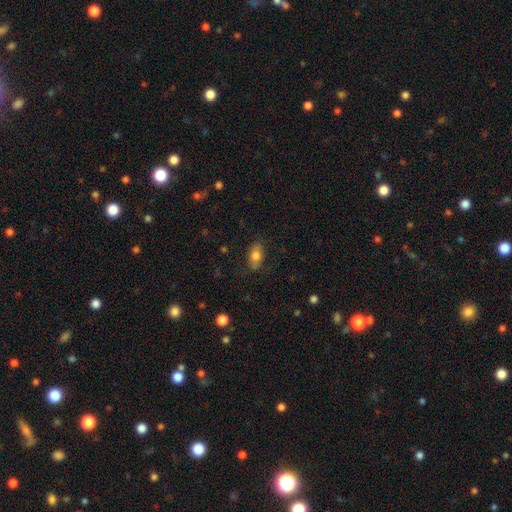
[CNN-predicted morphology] Smooth or featured? Predicted: smooth (p=0.79). How rounded? Predicted: in between (p=0.89). Merging? Predicted: none (p=0.82).